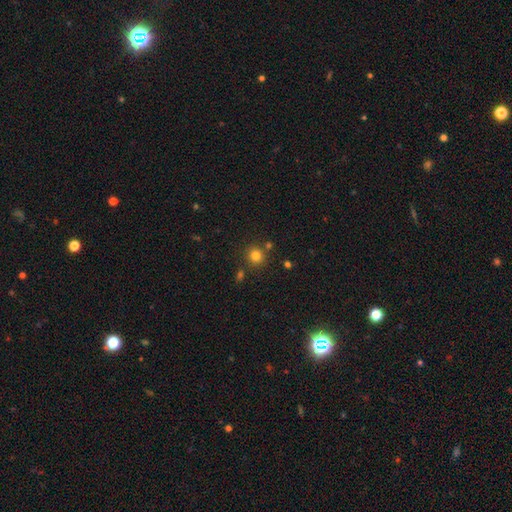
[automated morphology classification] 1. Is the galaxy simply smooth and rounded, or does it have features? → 79% smooth, 15% star or artifact, 6% featured or disk.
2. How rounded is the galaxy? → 90% round, 9% in between, 1% cigar-shaped.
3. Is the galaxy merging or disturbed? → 81% none, 8% minor disturbance, 7% merger, 3% major disturbance.